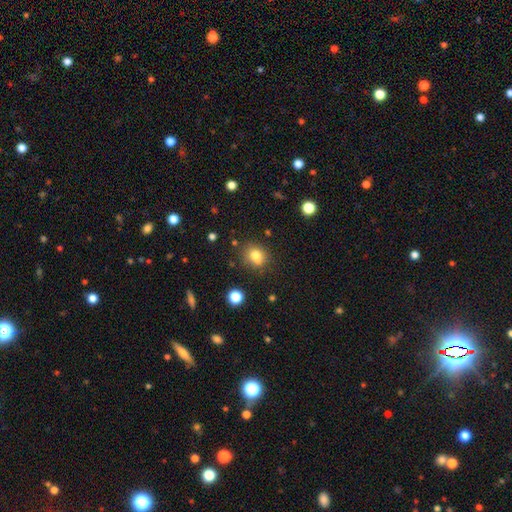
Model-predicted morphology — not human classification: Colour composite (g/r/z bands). It shows a smooth galaxy with no disk features (79%) that is round (69%). Merging: none (76%).